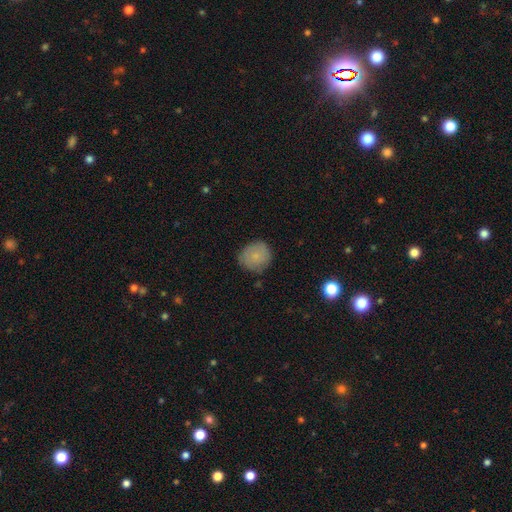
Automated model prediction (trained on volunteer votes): Q: Smooth or featured?
A: smooth (81%); runner-up: featured or disk (11%)
Q: How rounded?
A: round (85%); runner-up: in between (14%)
Q: Merging?
A: none (78%); runner-up: minor disturbance (17%)